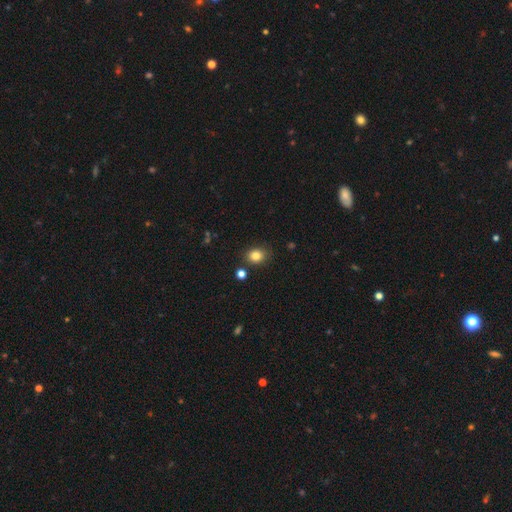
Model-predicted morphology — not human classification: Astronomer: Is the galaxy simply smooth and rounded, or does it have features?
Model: smooth — 83%.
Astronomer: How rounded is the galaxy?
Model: round — 60% (runner-up: in between, 39%).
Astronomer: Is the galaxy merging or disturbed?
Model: none — 80%.